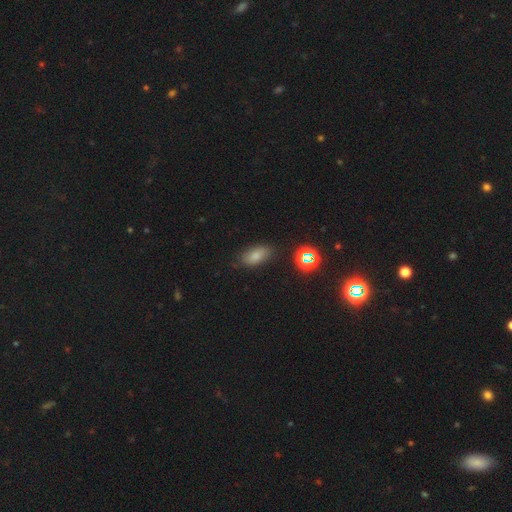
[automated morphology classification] smooth_or_featured: smooth (p=0.76) [alt: star or artifact p=0.14]
how_rounded: in between (p=0.89) [alt: round p=0.06]
merging: none (p=0.77) [alt: minor disturbance p=0.16]